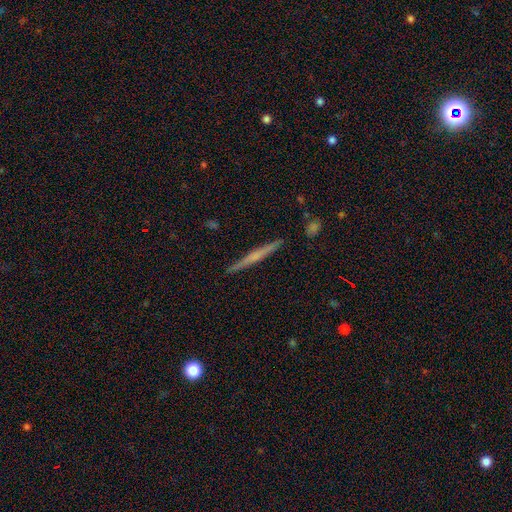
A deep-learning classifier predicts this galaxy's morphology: A featured or disk galaxy (59%) viewed edge-on (98%) with no central bulge (54%).

Vote fractions:
- Smooth or featured? featured or disk: 59% / smooth: 34% / star or artifact: 7%
- Edge-on disk? yes: 98% / no: 2%
- Edge-on bulge? none: 54% / rounded: 36% / boxy: 10%
- Merging? none: 91% / minor disturbance: 6% / major disturbance: 1% / merger: 1%